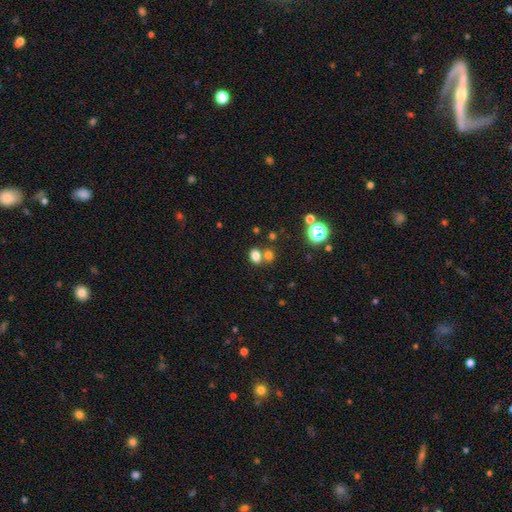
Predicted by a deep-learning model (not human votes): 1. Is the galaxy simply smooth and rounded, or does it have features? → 77% smooth, 16% star or artifact, 7% featured or disk.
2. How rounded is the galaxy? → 64% in between, 35% round, 1% cigar-shaped.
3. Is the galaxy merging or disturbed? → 52% none, 34% merger, 10% minor disturbance, 4% major disturbance.